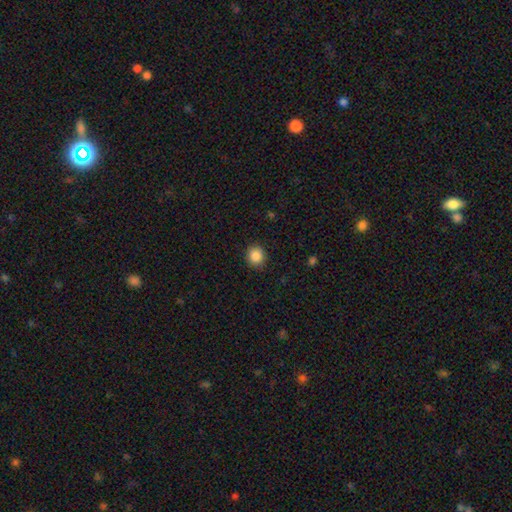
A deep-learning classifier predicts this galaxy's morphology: Smooth or featured? Predicted: smooth (p=0.87). How rounded? Predicted: round (p=0.90). Merging? Predicted: none (p=0.91).